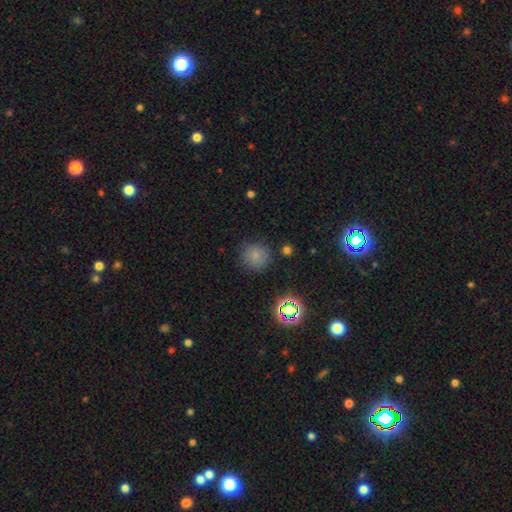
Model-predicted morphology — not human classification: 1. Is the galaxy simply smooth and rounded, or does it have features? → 76% smooth, 17% star or artifact, 7% featured or disk.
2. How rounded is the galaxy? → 93% round, 6% in between, 1% cigar-shaped.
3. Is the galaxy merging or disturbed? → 83% none, 11% minor disturbance, 4% major disturbance, 2% merger.